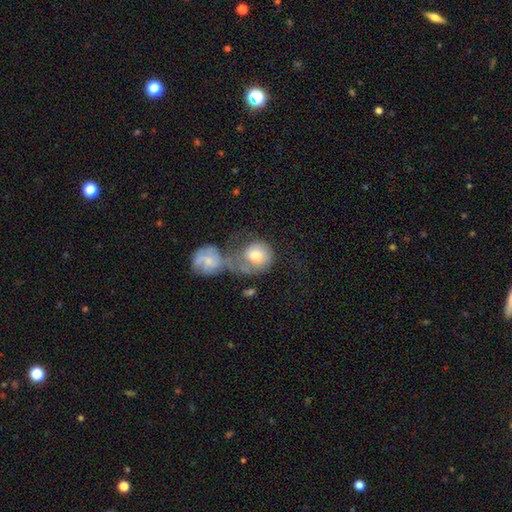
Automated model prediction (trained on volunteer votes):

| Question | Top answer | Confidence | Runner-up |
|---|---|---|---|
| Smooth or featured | smooth | 66% | featured or disk (27%) |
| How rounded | round | 81% | in between (18%) |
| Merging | merger | 57% | none (21%) |